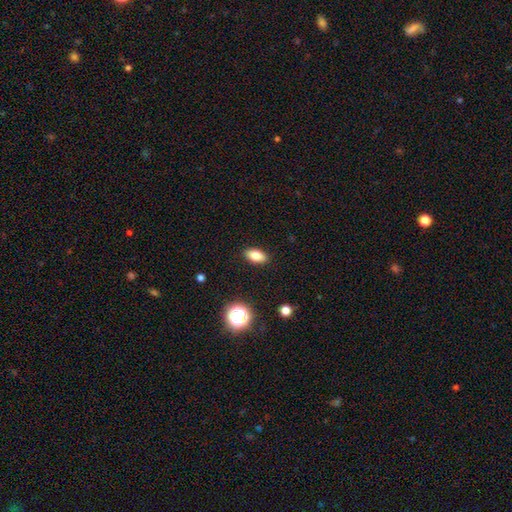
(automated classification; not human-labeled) smooth-or-featured: smooth: 79% | featured or disk: 11% | star or artifact: 10%
  how-rounded: in between: 87% | cigar-shaped: 6% | round: 6%
  merging: none: 89% | minor disturbance: 8% | major disturbance: 2% | merger: 1%